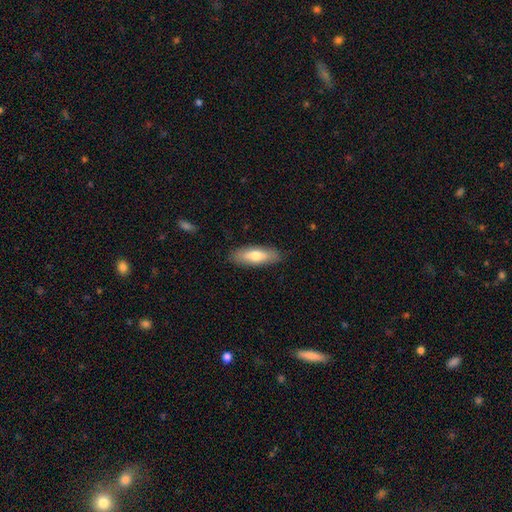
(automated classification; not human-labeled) smooth 68%, featured or disk 26%, star or artifact 6%. Down the decision tree: how rounded — in between (62%); merging — none (86%).